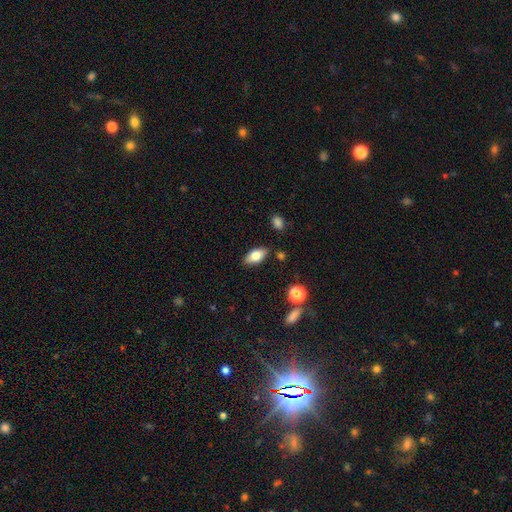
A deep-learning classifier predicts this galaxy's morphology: A smooth galaxy with no disk features (77%) that is in between round and cigar-shaped (89%). Merging: none (84%).